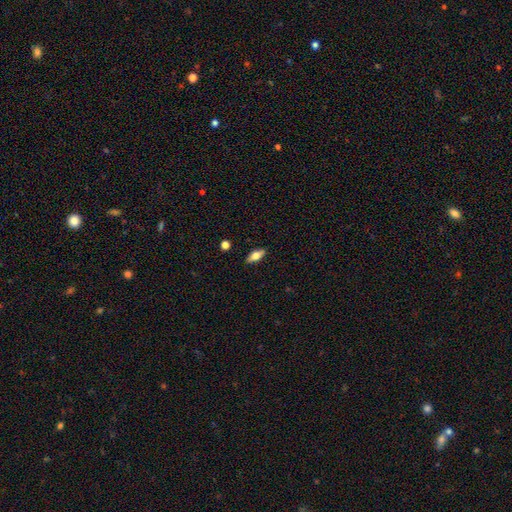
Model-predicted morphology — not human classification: smooth-or-featured: smooth: 56% | featured or disk: 36% | star or artifact: 7%
  how-rounded: in between: 75% | cigar-shaped: 22% | round: 3%
  merging: none: 88% | minor disturbance: 9% | major disturbance: 2% | merger: 1%